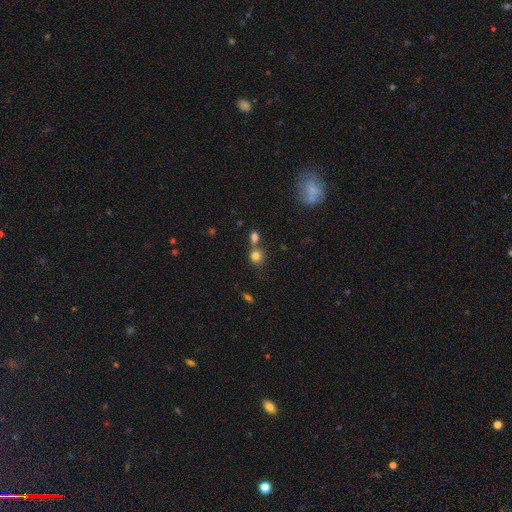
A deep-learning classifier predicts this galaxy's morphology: Q: Smooth or featured?
A: smooth (81%); runner-up: star or artifact (12%)
Q: How rounded?
A: round (83%); runner-up: in between (16%)
Q: Merging?
A: none (55%); runner-up: merger (32%)